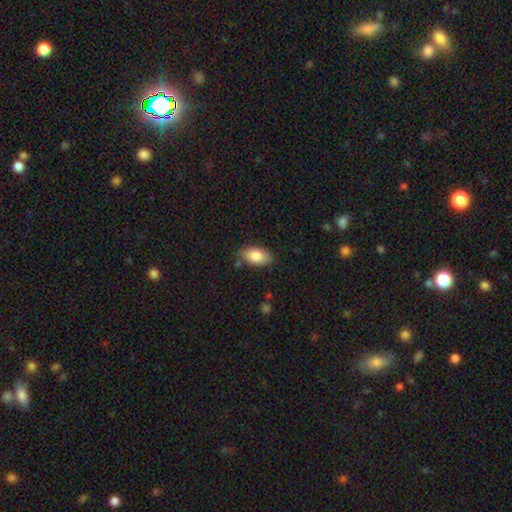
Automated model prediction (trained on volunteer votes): The model was most divided on "merging": none: 80%, minor disturbance: 15%, major disturbance: 3%, merger: 3%. More confident: how rounded — in between (93%); smooth or featured — smooth (83%).